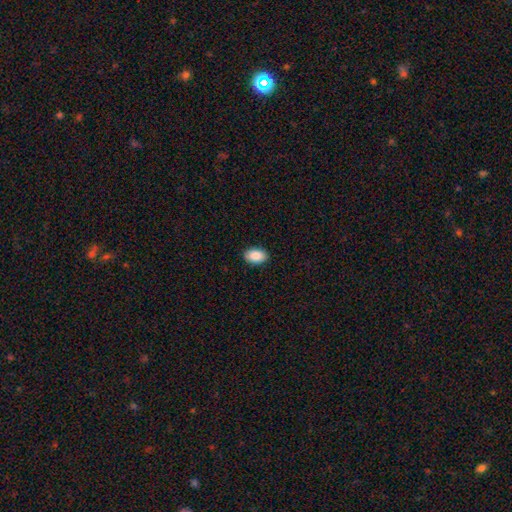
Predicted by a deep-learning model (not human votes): This is clearly a smooth galaxy (89%). How rounded: clearly in between (88%). Merging: clearly none (90%).